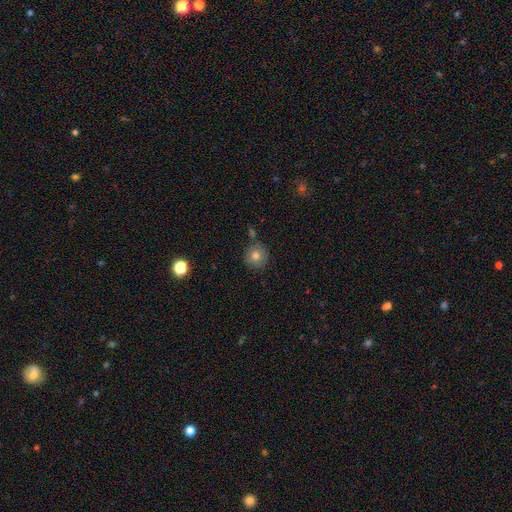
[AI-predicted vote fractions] The model was most divided on "smooth or featured": smooth: 78%, star or artifact: 11%, featured or disk: 10%. More confident: how rounded — round (93%); merging — none (81%).